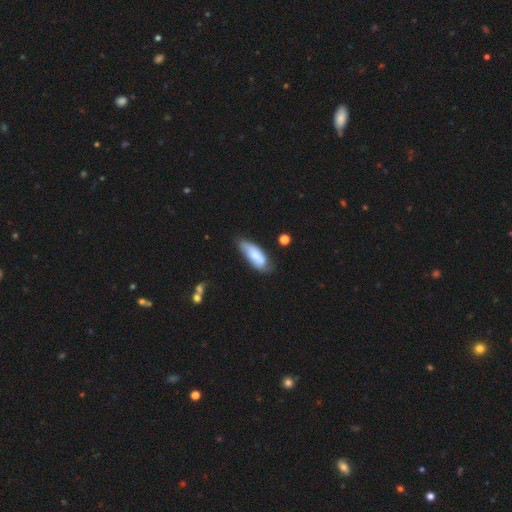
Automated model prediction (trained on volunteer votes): The model was most divided on "merging": none: 56%, minor disturbance: 33%, major disturbance: 8%, merger: 3%. More confident: smooth or featured — smooth (75%); how rounded — in between (71%).